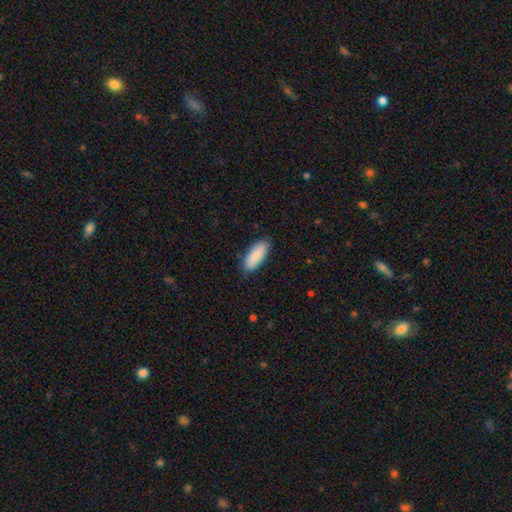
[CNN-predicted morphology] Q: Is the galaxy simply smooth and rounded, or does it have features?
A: smooth — 88%.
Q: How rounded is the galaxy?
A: in between — 80%.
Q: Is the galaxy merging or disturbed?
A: none — 85%.